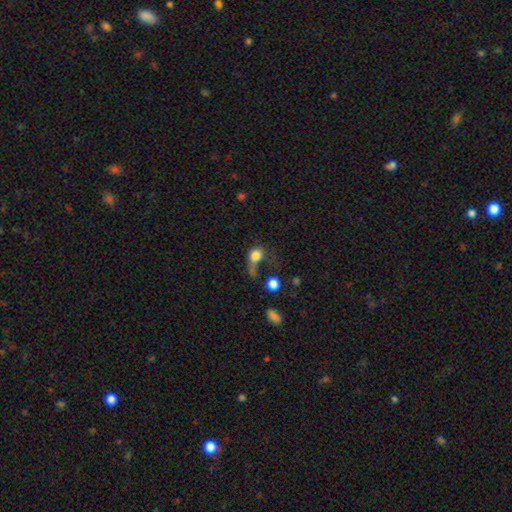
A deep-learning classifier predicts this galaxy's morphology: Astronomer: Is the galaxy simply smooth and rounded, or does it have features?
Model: smooth — 74%.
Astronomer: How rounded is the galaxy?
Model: round — 60% (runner-up: in between, 38%).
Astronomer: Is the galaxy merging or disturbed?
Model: major disturbance — 45% (runner-up: none, 22%).